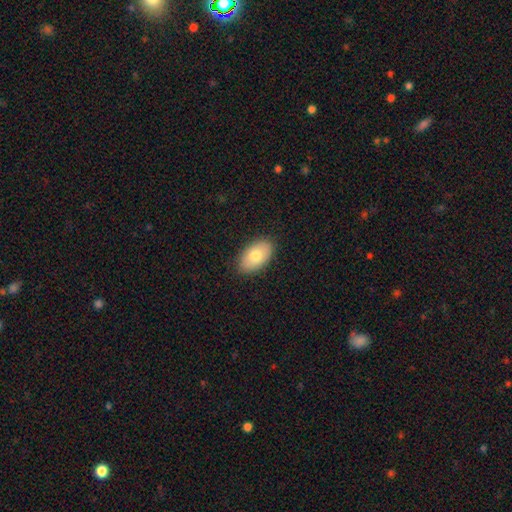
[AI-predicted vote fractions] Smooth or featured: smooth — 77% (featured or disk — 17%)
How rounded: in between — 93% (round — 5%)
Merging: none — 87% (minor disturbance — 10%)